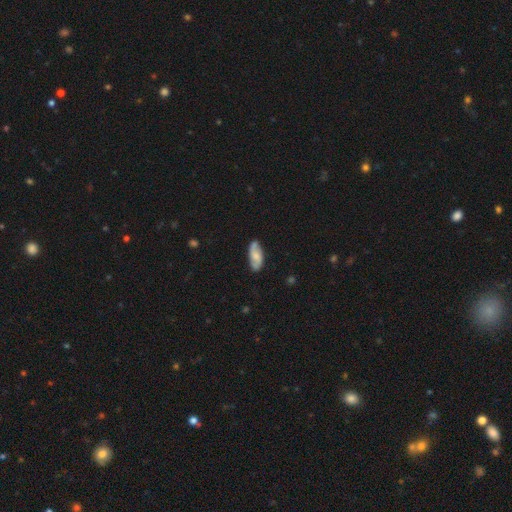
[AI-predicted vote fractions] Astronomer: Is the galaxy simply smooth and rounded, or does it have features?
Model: featured or disk — 48% (runner-up: smooth, 46%).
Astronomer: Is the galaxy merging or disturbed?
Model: none — 76%.